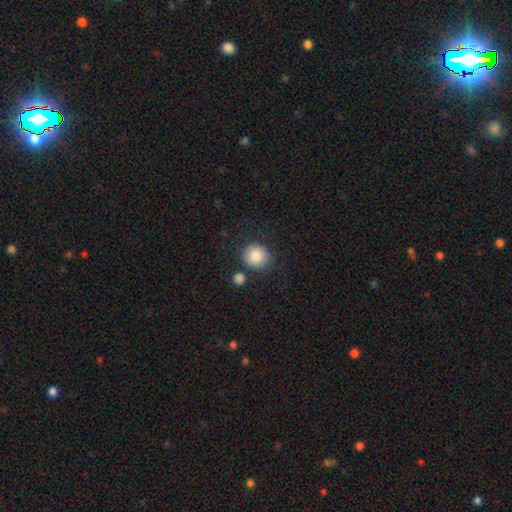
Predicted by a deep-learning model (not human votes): Smooth or featured: smooth — 86% (star or artifact — 8%)
How rounded: round — 89% (in between — 10%)
Merging: none — 78% (minor disturbance — 11%)